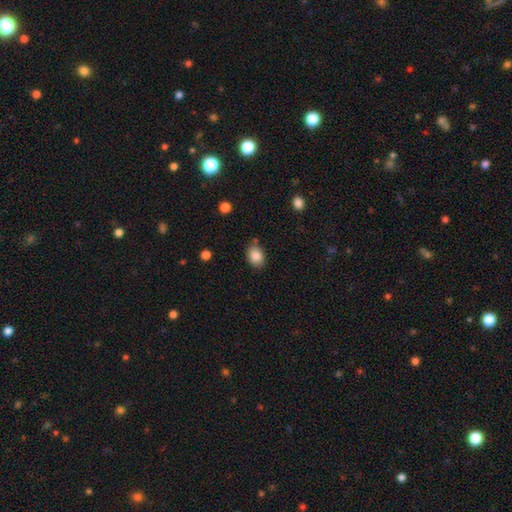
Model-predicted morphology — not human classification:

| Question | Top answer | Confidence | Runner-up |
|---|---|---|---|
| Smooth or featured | smooth | 86% | star or artifact (8%) |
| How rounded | in between | 66% | round (33%) |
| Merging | none | 75% | minor disturbance (16%) |